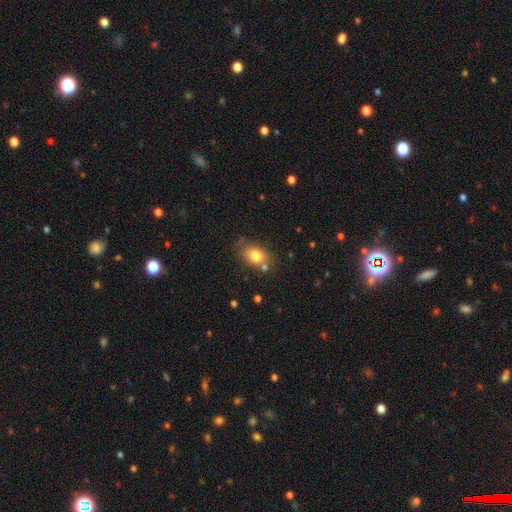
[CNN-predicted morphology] smooth 79%, featured or disk 11%, star or artifact 10%. Down the decision tree: how rounded — in between (67%); merging — none (69%).